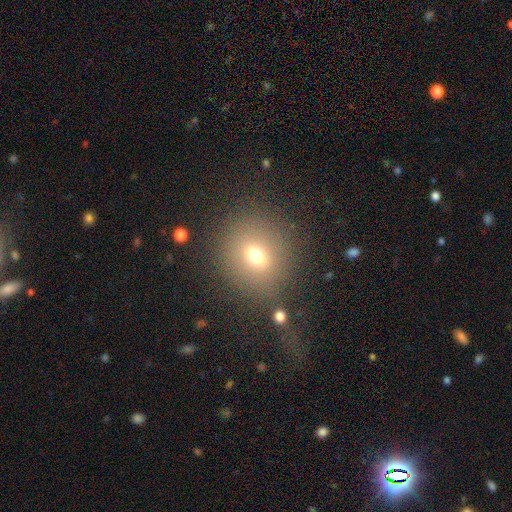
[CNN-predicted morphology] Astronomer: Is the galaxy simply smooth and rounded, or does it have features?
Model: smooth — 68%.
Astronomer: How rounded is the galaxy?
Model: round — 79%.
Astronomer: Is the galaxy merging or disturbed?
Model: none — 82%.